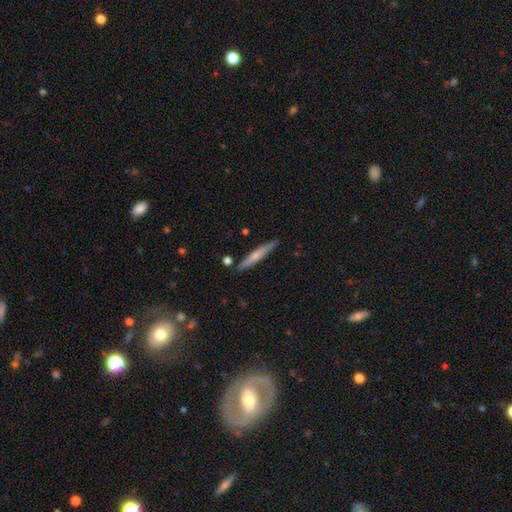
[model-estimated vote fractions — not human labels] This appears to be a smooth galaxy with no disk features (58%) that is cigar-shaped (95%). Merging: none (86%).